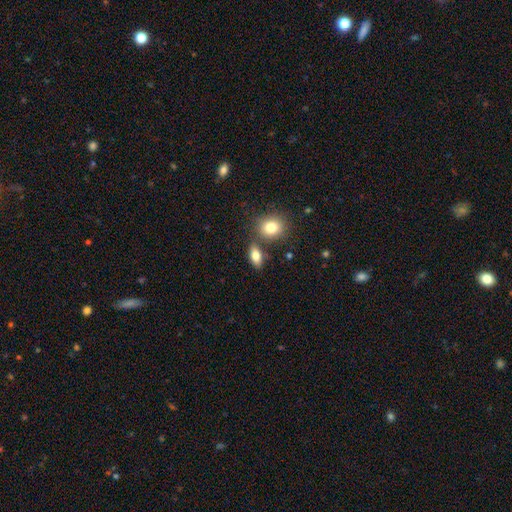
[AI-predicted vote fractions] Smooth or featured? Predicted: smooth (p=0.79). How rounded? Predicted: in between (p=0.80). Merging? Predicted: none (p=0.71).